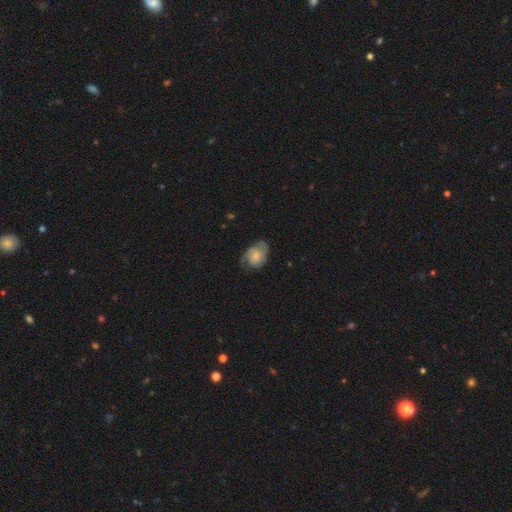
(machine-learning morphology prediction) This appears to be a featured or disk galaxy (52%). Merging: none (54%).